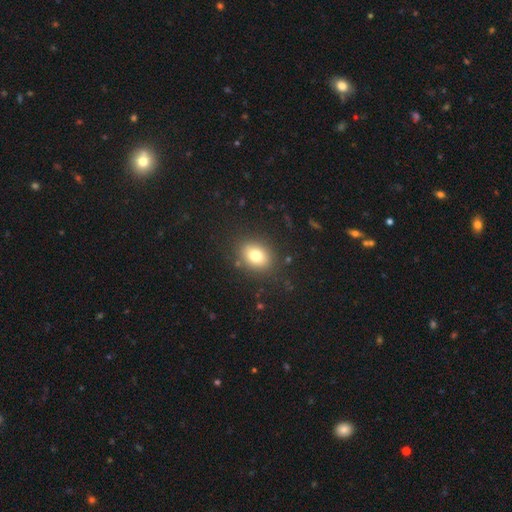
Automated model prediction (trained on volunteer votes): Smooth or featured: smooth — 77% (featured or disk — 11%)
How rounded: in between — 58% (round — 41%)
Merging: none — 86% (minor disturbance — 9%)